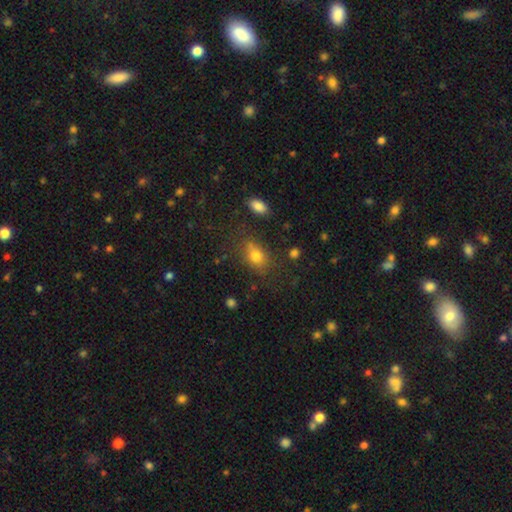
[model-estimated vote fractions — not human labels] smooth_or_featured: smooth (p=0.77) [alt: star or artifact p=0.13]
how_rounded: in between (p=0.67) [alt: round p=0.31]
merging: none (p=0.65) [alt: minor disturbance p=0.19]